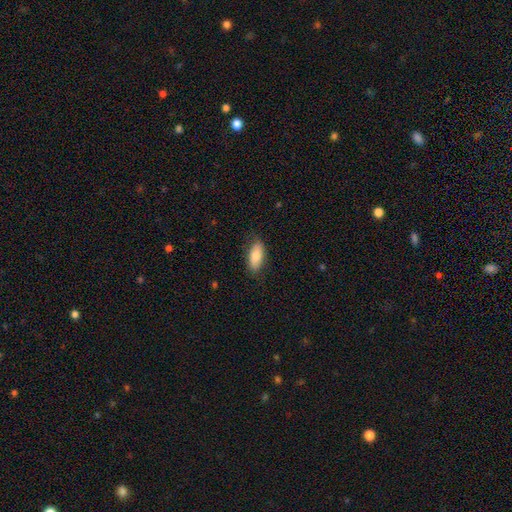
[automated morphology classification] Q: Smooth or featured?
A: smooth (79%); runner-up: featured or disk (15%)
Q: How rounded?
A: in between (83%); runner-up: cigar-shaped (15%)
Q: Merging?
A: none (81%); runner-up: minor disturbance (15%)